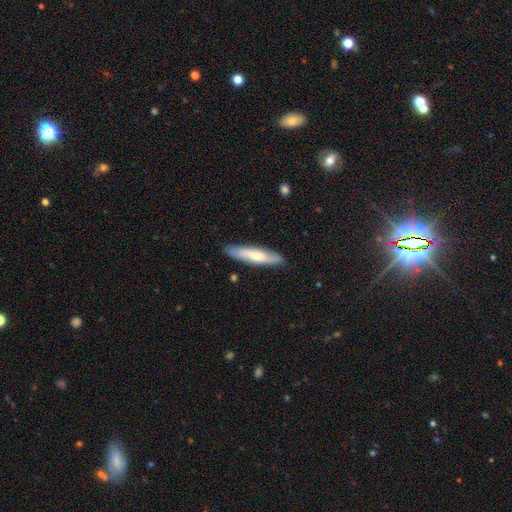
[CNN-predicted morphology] Smooth or featured: smooth — 61% (featured or disk — 34%)
How rounded: cigar-shaped — 79% (in between — 20%)
Merging: none — 86% (minor disturbance — 11%)